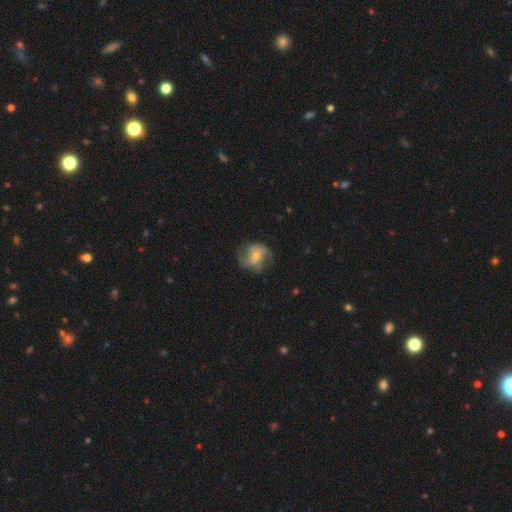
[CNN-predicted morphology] A featured or disk galaxy (71%) with no bar (63%), 2 (38%) medium (48%) spiral arms (89%) and a moderate central bulge (49%).

Vote fractions:
- Smooth or featured? featured or disk: 71% / smooth: 22% / star or artifact: 7%
- Edge-on disk? no: 98% / yes: 2%
- Bar? no: 63% / weak: 30% / strong: 7%
- Spiral arms? yes: 89% / no: 11%
- Spiral winding? medium: 48% / tight: 28% / loose: 24%
- Spiral arm count? 2: 38% / 3: 30% / can't tell: 18% / 4: 6% / 1: 4% / more than 4: 4%
- Bulge size? moderate: 49% / small: 44% / large: 3% / none: 3% / dominant: 1%
- Merging? none: 63% / minor disturbance: 22% / major disturbance: 14% / merger: 1%